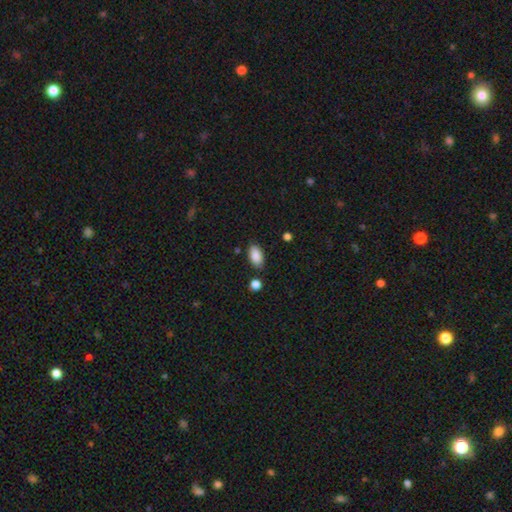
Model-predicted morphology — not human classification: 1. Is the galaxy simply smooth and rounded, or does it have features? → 88% smooth, 7% star or artifact, 5% featured or disk.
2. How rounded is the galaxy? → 93% in between, 4% round, 3% cigar-shaped.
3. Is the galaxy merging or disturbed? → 81% none, 12% minor disturbance, 4% merger, 3% major disturbance.